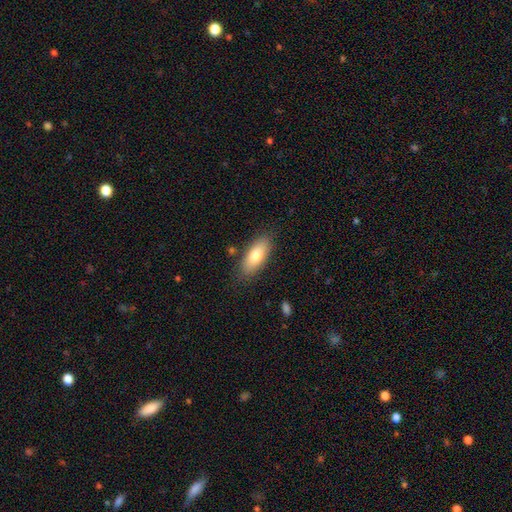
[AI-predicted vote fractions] Q: Smooth or featured?
A: smooth (75%); runner-up: featured or disk (18%)
Q: How rounded?
A: in between (80%); runner-up: cigar-shaped (18%)
Q: Merging?
A: none (83%); runner-up: minor disturbance (12%)